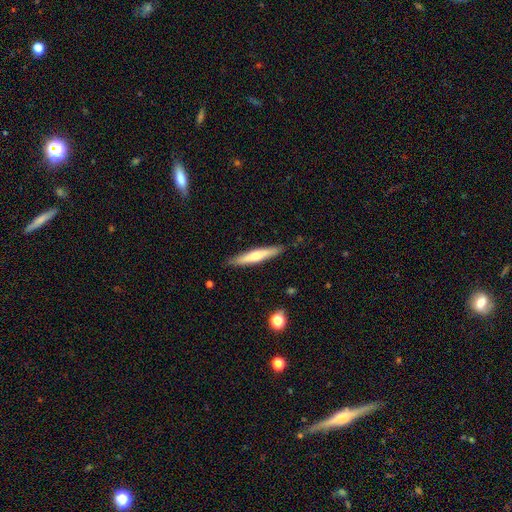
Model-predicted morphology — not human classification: This appears to be a smooth galaxy with no disk features (52%) that is cigar-shaped (91%). Merging: none (88%).